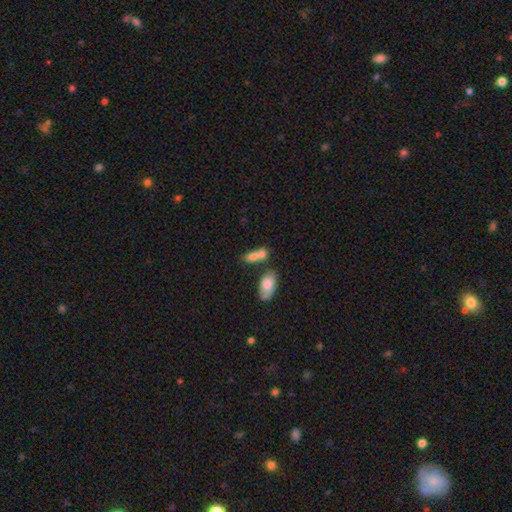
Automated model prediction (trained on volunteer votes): smooth_or_featured: smooth (p=0.74) [alt: featured or disk p=0.17]
how_rounded: in between (p=0.74) [alt: cigar-shaped p=0.15]
merging: merger (p=0.53) [alt: none p=0.30]